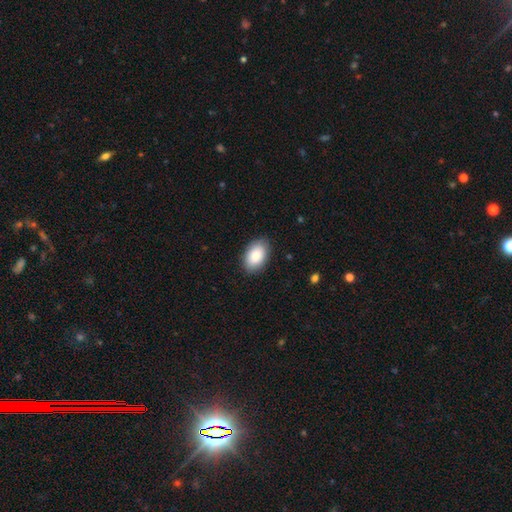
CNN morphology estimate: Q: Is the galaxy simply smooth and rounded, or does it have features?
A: smooth — 88%.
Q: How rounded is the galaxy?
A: in between — 93%.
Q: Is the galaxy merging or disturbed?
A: none — 86%.